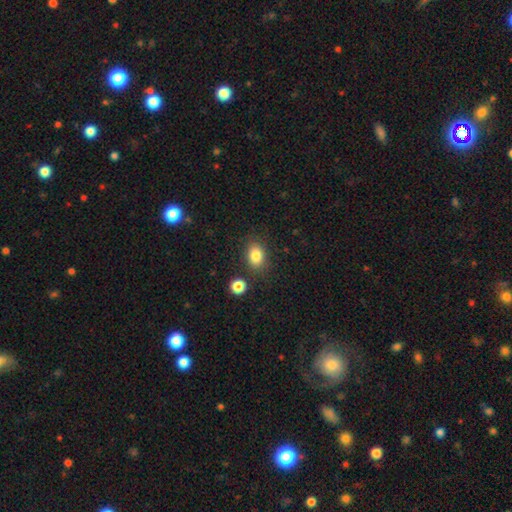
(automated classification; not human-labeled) Smooth or featured? Predicted: smooth (p=0.84). How rounded? Predicted: in between (p=0.68). Merging? Predicted: none (p=0.79).